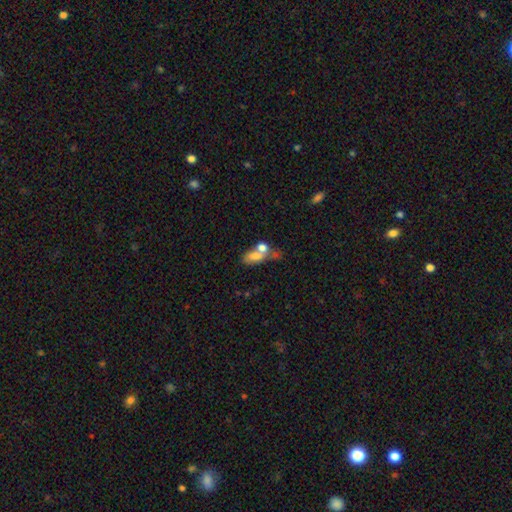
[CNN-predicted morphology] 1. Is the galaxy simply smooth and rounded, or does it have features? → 65% smooth, 24% featured or disk, 11% star or artifact.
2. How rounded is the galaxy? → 75% in between, 14% round, 11% cigar-shaped.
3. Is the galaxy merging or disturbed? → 54% merger, 22% none, 13% major disturbance, 12% minor disturbance.